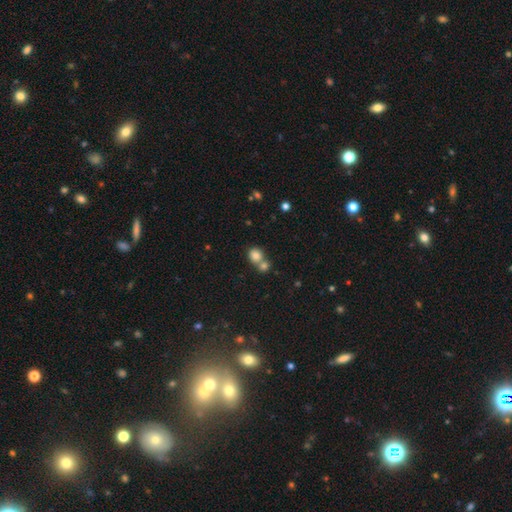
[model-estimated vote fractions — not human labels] Smooth or featured? Predicted: smooth (p=0.81). How rounded? Predicted: round (p=0.78). Merging? Predicted: merger (p=0.51).